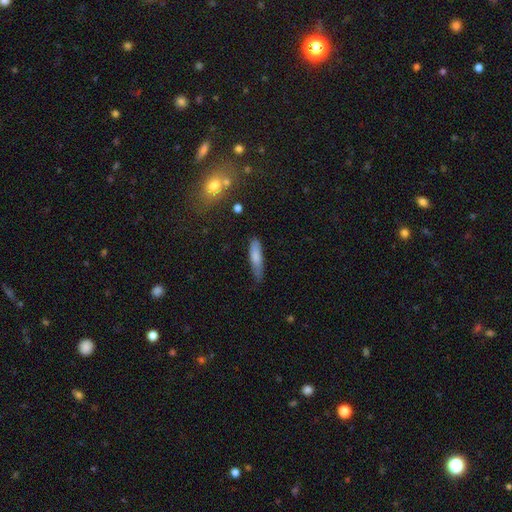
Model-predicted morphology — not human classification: A smooth galaxy with no disk features (78%) that is cigar-shaped (76%). Merging: none (64%).